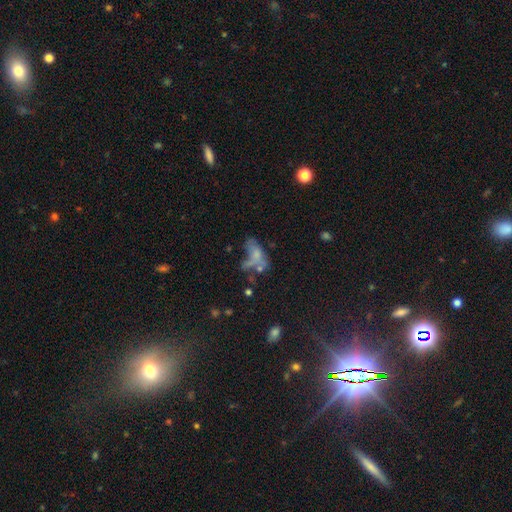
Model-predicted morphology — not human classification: type=smooth (51%); roundness=in between (81%); merging=major disturbance (33%).